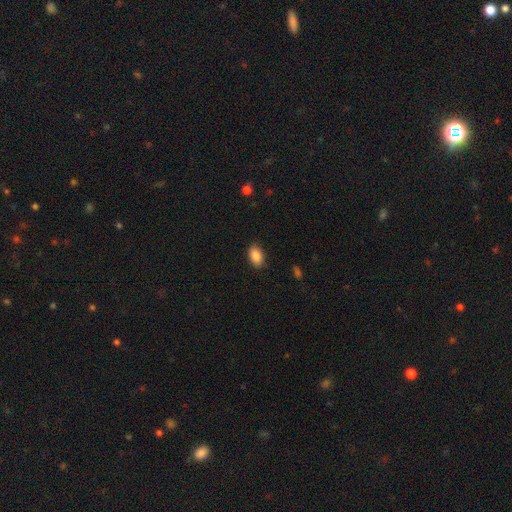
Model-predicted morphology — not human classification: This is clearly a smooth galaxy (88%). How rounded: clearly in between (91%). Merging: clearly none (85%).